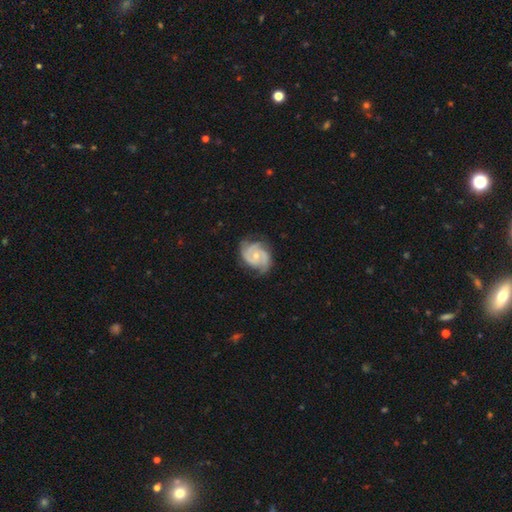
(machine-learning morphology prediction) smooth_or_featured: featured or disk (p=0.88) [alt: smooth p=0.07]
disk_edge_on: no (p=0.98) [alt: yes p=0.02]
bar: no (p=0.61) [alt: weak p=0.33]
has_spiral_arms: yes (p=0.98) [alt: no p=0.02]
spiral_winding: tight (p=0.47) [alt: medium p=0.44]
spiral_arm_count: 2 (p=0.60) [alt: 3 p=0.24]
bulge_size: small (p=0.50) [alt: moderate p=0.46]
merging: none (p=0.71) [alt: minor disturbance p=0.21]